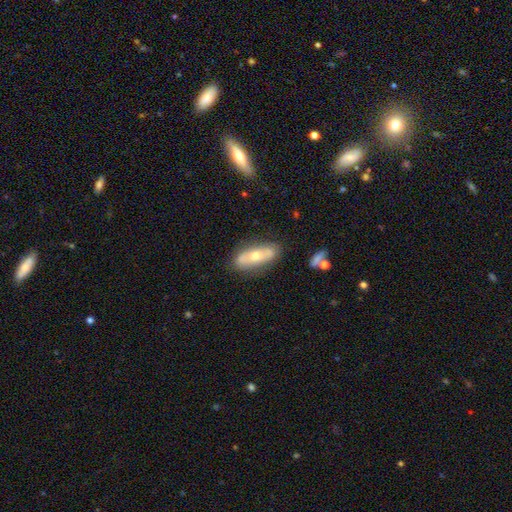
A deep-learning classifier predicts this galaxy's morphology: smooth-or-featured: smooth: 48% | featured or disk: 46% | star or artifact: 6%
  merging: none: 78% | minor disturbance: 15% | major disturbance: 4% | merger: 3%